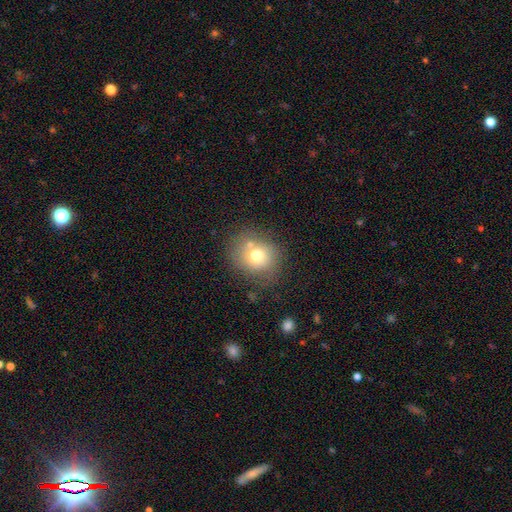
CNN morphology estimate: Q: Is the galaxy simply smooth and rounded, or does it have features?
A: smooth — 70%.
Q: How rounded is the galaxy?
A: round — 71%.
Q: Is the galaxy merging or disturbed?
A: none — 60%.